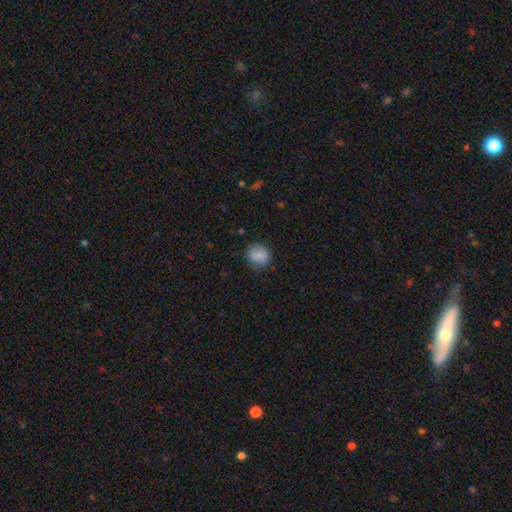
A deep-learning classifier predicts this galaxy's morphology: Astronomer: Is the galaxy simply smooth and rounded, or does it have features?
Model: smooth — 78%.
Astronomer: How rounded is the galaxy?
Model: round — 77%.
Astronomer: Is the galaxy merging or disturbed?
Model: none — 81%.